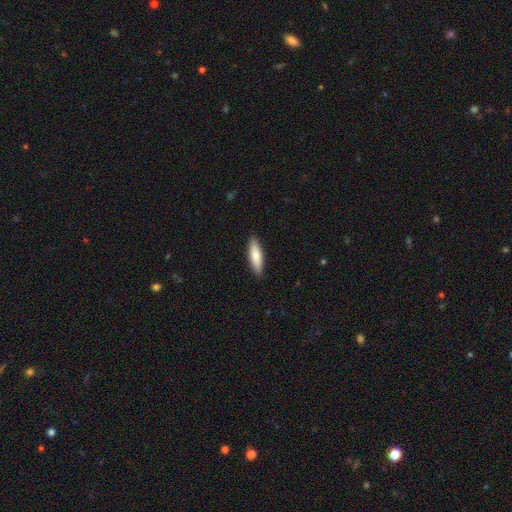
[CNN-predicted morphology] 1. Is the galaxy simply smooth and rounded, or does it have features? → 78% smooth, 17% featured or disk, 5% star or artifact.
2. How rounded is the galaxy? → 60% cigar-shaped, 38% in between, 2% round.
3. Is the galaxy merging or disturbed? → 90% none, 8% minor disturbance, 2% major disturbance, 1% merger.